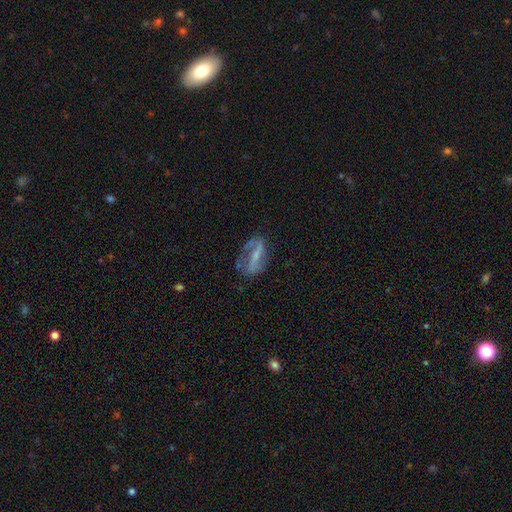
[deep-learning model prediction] Smooth or featured: featured or disk — 78% (smooth — 15%)
Edge-on disk: no — 94% (yes — 6%)
Bar: strong — 48% (weak — 34%)
Spiral arms: yes — 88% (no — 12%)
Spiral winding: loose — 46% (medium — 38%)
Spiral arm count: 2 — 81% (1 — 10%)
Bulge size: small — 50% (none — 25%)
Merging: none — 60% (minor disturbance — 21%)